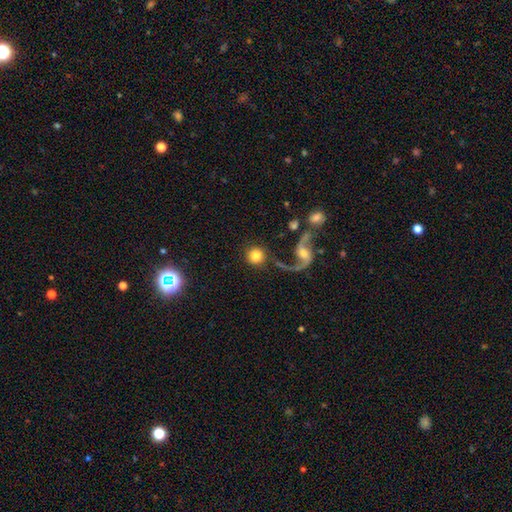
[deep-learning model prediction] This is likely a smooth galaxy (74%). How rounded: clearly round (94%). Merging: likely none (77%).